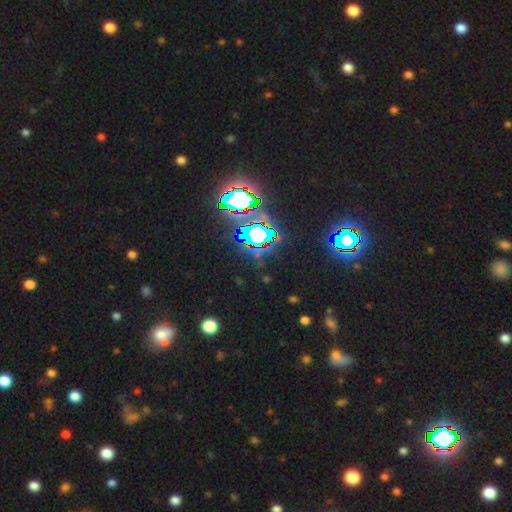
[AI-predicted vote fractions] smooth_or_featured: star or artifact (p=0.82) [alt: smooth p=0.11]